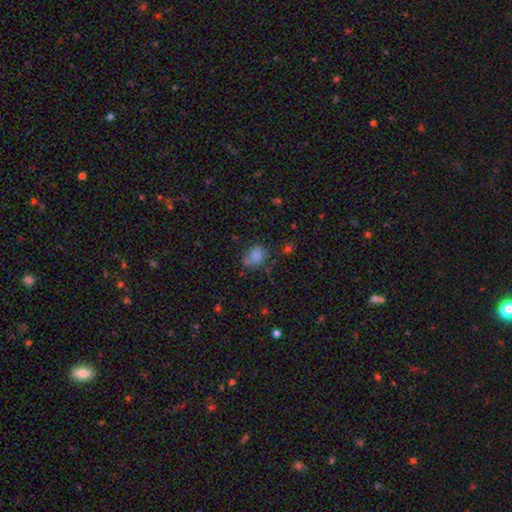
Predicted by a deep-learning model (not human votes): Smooth or featured?
  - smooth: 78% *
  - star or artifact: 12%
  - featured or disk: 9%
How rounded?
  - in between: 63% *
  - round: 36%
  - cigar-shaped: 1%
Merging?
  - none: 49% *
  - minor disturbance: 30%
  - major disturbance: 14%
  - merger: 7%